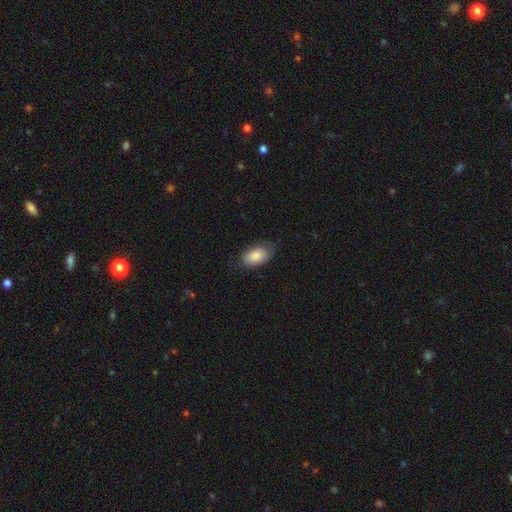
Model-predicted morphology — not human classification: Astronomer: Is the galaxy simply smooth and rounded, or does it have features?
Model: smooth — 85%.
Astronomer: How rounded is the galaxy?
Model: in between — 94%.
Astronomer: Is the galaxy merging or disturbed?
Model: none — 73%.